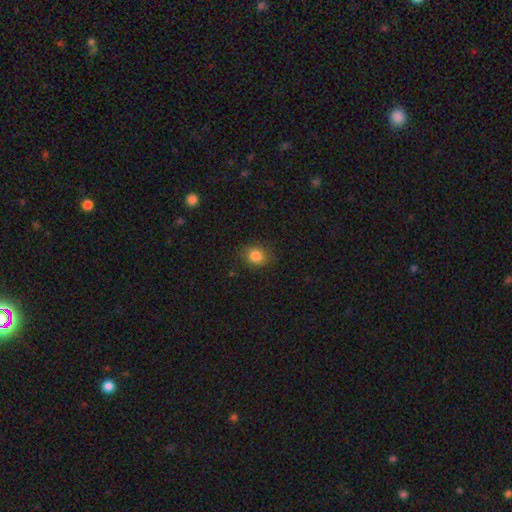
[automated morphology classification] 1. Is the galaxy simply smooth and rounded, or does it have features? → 84% smooth, 11% star or artifact, 5% featured or disk.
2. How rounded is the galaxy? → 67% round, 32% in between, 1% cigar-shaped.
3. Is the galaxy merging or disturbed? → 84% none, 12% minor disturbance, 3% major disturbance, 1% merger.